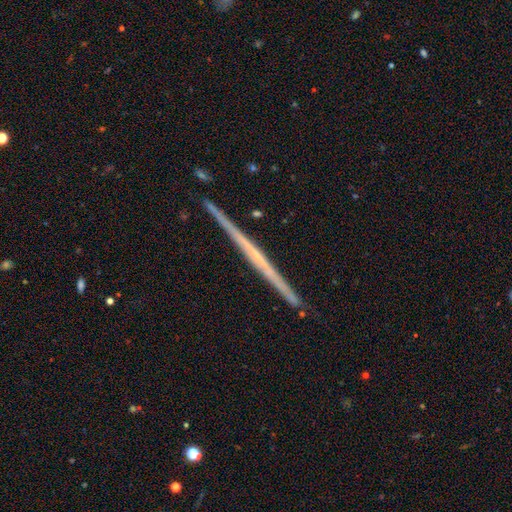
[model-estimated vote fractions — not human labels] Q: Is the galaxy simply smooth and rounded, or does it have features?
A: featured or disk — 74%.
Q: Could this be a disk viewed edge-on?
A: yes — 98%.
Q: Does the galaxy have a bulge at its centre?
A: none — 77%.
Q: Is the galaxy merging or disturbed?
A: none — 92%.